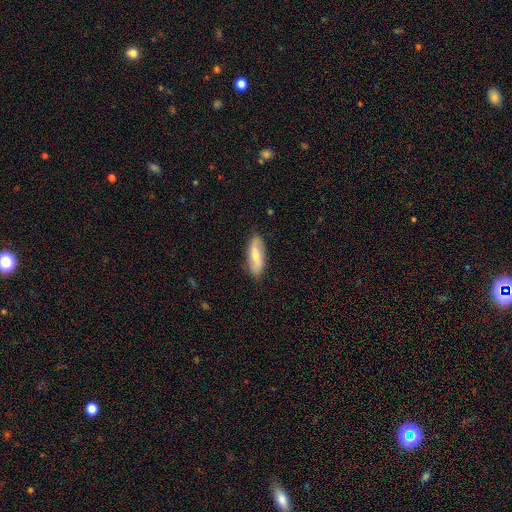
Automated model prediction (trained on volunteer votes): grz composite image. It shows a featured or disk galaxy (49%). Merging: none (81%).